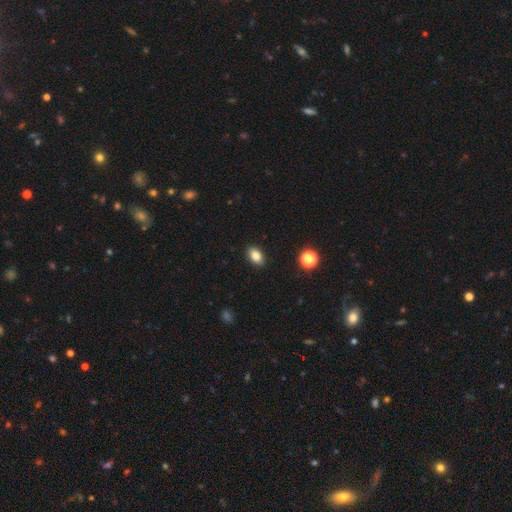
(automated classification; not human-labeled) A smooth galaxy with no disk features (83%) that is in between round and cigar-shaped (85%). Merging: none (89%).